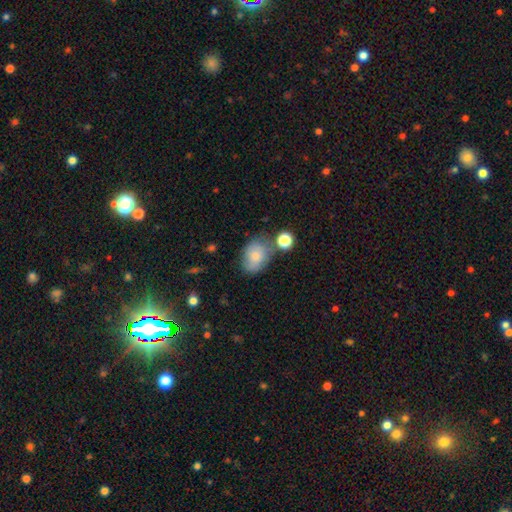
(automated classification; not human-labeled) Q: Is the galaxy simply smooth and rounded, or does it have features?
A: smooth — 73%.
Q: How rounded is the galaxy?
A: in between — 68%.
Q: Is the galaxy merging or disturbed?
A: none — 52%.